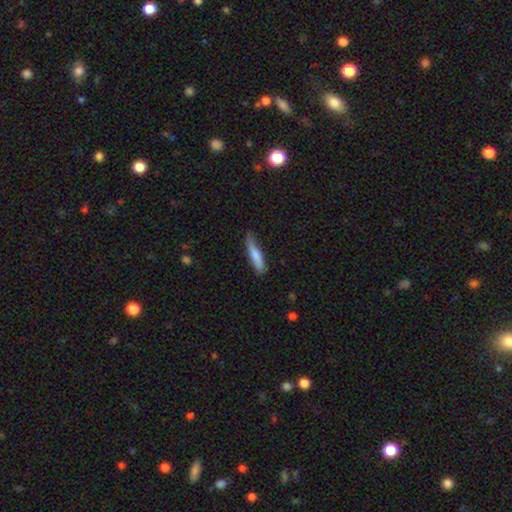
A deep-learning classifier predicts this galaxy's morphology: Smooth or featured? Predicted: smooth (p=0.77). How rounded? Predicted: cigar-shaped (p=0.82). Merging? Predicted: none (p=0.69).